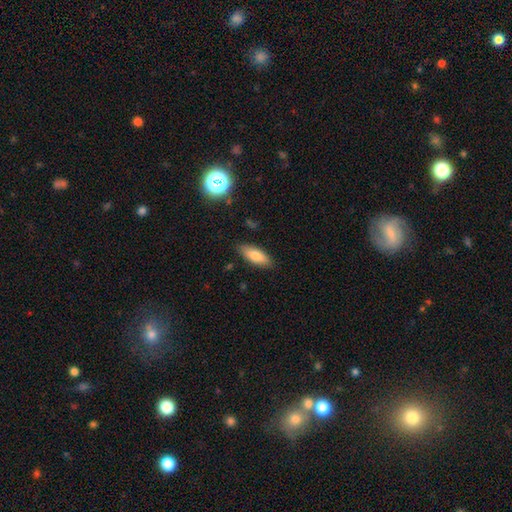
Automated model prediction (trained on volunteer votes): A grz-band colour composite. It shows a smooth galaxy with no disk features (78%) that is in between round and cigar-shaped (73%). Merging: none (85%).